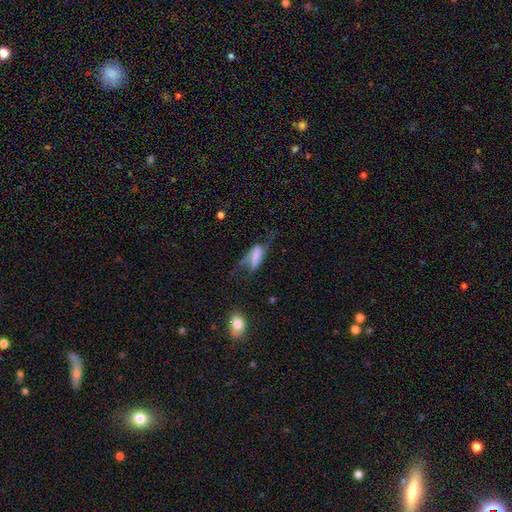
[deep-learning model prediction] Smooth or featured?
  - featured or disk: 49% *
  - smooth: 41%
  - star or artifact: 10%
Merging?
  - major disturbance: 41% *
  - none: 32%
  - minor disturbance: 21%
  - merger: 6%